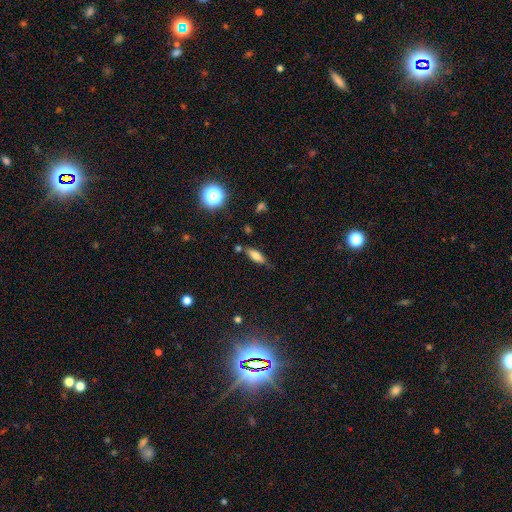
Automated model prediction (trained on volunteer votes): Smooth or featured? Predicted: smooth (p=0.70). How rounded? Predicted: in between (p=0.60). Merging? Predicted: none (p=0.71).